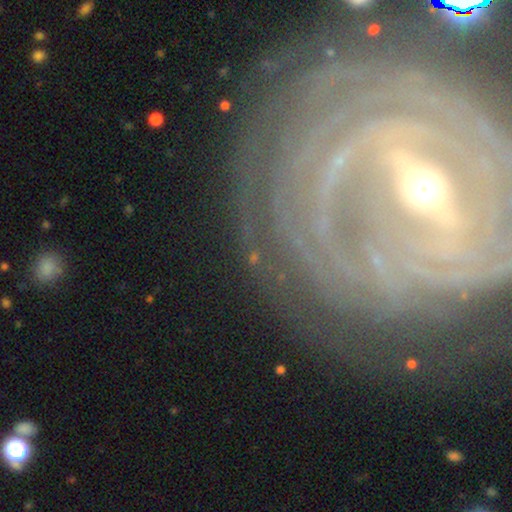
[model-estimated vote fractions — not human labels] Smooth or featured? featured or disk (58%)
Edge-on disk? no (89%)
Bar? no (37%)
Spiral arms? yes (82%)
Bulge size? small (46%)
Merging? none (77%)